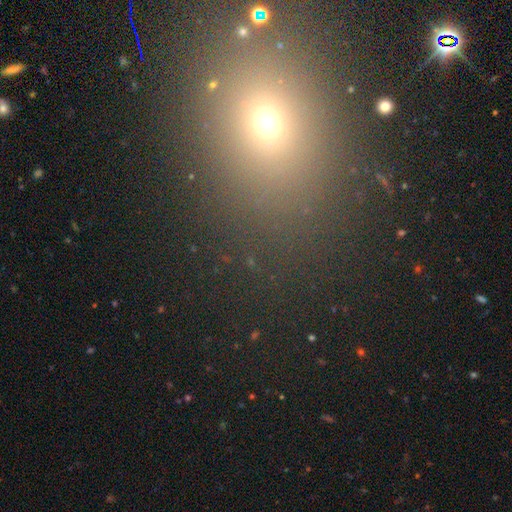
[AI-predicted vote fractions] The model was most divided on "how rounded": round: 52%, in between: 46%, cigar-shaped: 2%. More confident: merging — none (85%); smooth or featured — smooth (51%).